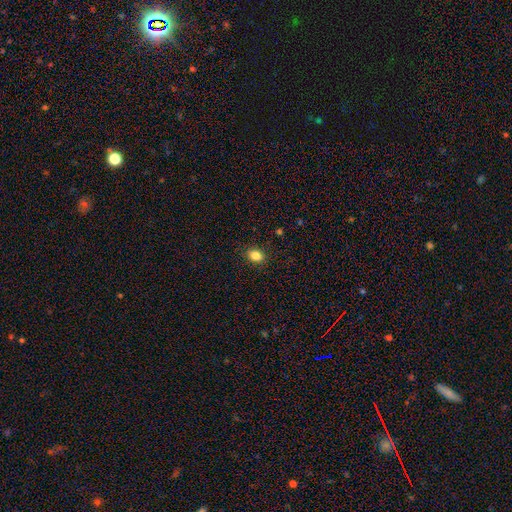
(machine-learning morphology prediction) Smooth or featured?
  - smooth: 85% *
  - star or artifact: 10%
  - featured or disk: 5%
How rounded?
  - in between: 63% *
  - round: 36%
  - cigar-shaped: 1%
Merging?
  - none: 88% *
  - minor disturbance: 8%
  - major disturbance: 2%
  - merger: 1%